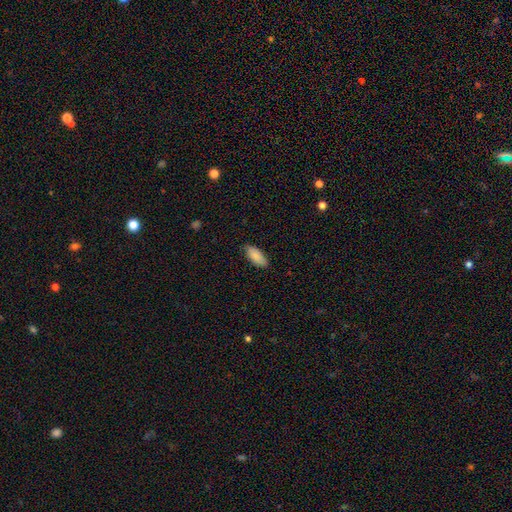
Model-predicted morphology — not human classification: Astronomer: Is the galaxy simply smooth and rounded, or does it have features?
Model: smooth — 87%.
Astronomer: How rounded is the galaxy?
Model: in between — 85%.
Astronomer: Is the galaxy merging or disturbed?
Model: none — 83%.